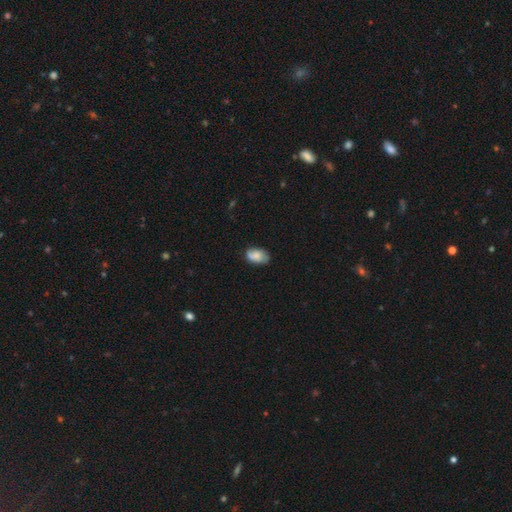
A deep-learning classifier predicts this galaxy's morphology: The model was most divided on "merging": none: 67%, minor disturbance: 26%, major disturbance: 5%, merger: 2%. More confident: how rounded — in between (89%); smooth or featured — smooth (73%).